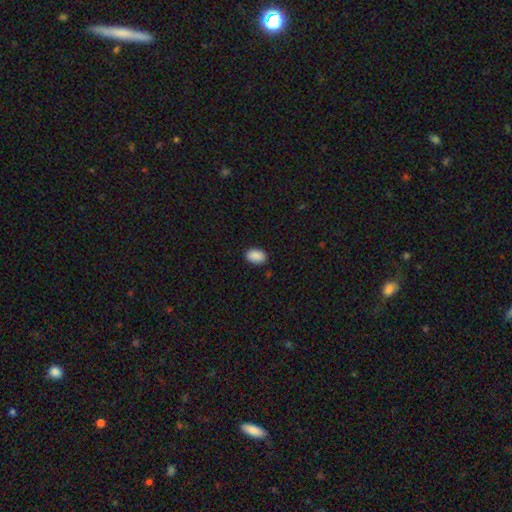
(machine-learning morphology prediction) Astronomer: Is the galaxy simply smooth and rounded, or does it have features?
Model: smooth — 90%.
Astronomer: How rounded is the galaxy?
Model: in between — 87%.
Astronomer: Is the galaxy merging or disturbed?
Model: none — 88%.